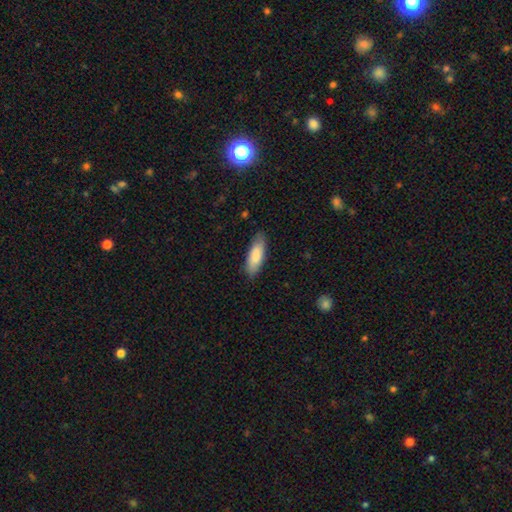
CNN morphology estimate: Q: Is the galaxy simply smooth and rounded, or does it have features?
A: smooth — 85%.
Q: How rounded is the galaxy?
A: in between — 62%.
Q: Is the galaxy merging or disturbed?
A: none — 83%.